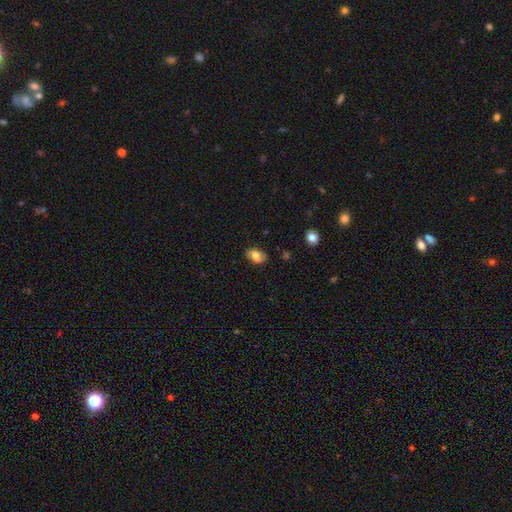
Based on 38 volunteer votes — Smooth or featured? 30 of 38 (79%) said smooth. How rounded? 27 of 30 (90%) said in between. Merging? 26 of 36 (72%) said none.